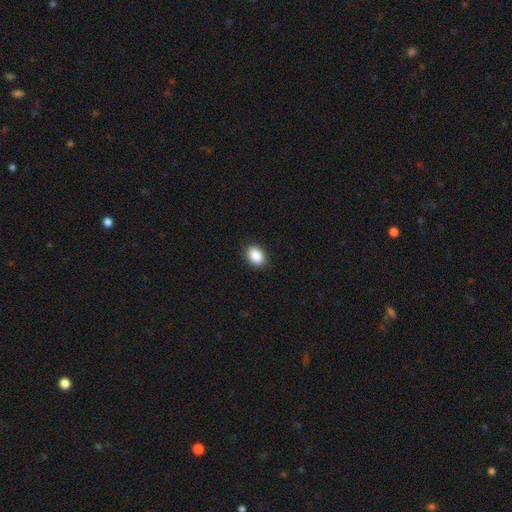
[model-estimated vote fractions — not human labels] This appears to be a smooth galaxy with no disk features (90%) that is in between round and cigar-shaped (81%). Merging: none (89%).